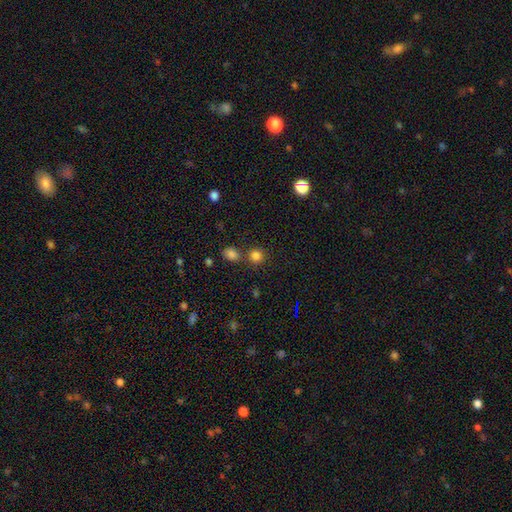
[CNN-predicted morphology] This appears to be a smooth galaxy with no disk features (81%) that is round (85%). Merging: none (69%).